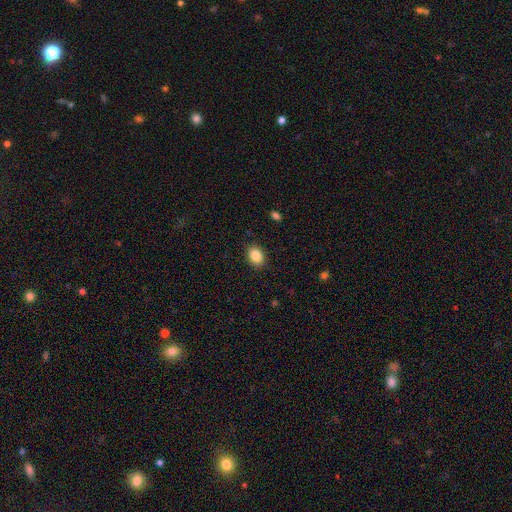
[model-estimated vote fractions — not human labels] Smooth or featured?
  - smooth: 86% *
  - star or artifact: 9%
  - featured or disk: 5%
How rounded?
  - in between: 69% *
  - round: 30%
  - cigar-shaped: 1%
Merging?
  - none: 88% *
  - minor disturbance: 9%
  - major disturbance: 2%
  - merger: 1%